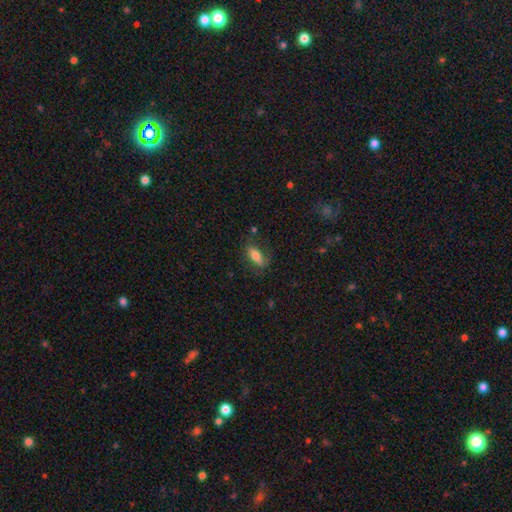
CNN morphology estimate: smooth 67%, featured or disk 26%, star or artifact 7%. Down the decision tree: how rounded — in between (72%); merging — none (69%).